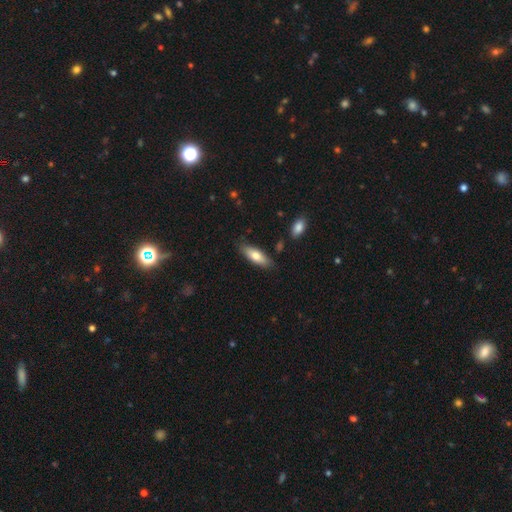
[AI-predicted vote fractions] This appears to be a smooth galaxy with no disk features (72%) that is in between round and cigar-shaped (61%). Merging: none (82%).